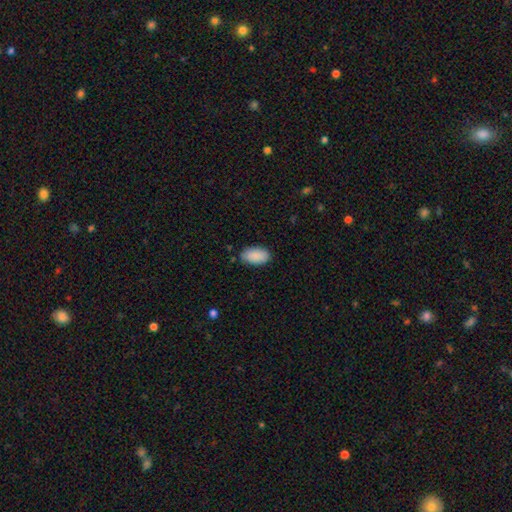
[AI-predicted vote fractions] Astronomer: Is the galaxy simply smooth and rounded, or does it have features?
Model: smooth — 90%.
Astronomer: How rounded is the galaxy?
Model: in between — 95%.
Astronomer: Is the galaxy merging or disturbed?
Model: none — 82%.